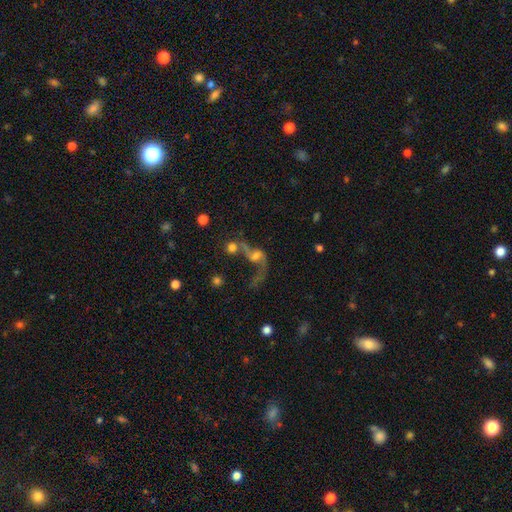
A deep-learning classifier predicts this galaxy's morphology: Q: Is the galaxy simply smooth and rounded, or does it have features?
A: featured or disk — 62%.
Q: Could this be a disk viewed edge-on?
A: no — 94%.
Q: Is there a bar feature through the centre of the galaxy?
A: no — 53%.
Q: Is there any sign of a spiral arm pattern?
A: yes — 76%.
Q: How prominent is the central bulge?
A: moderate — 38%.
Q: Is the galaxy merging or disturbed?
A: merger — 36%.